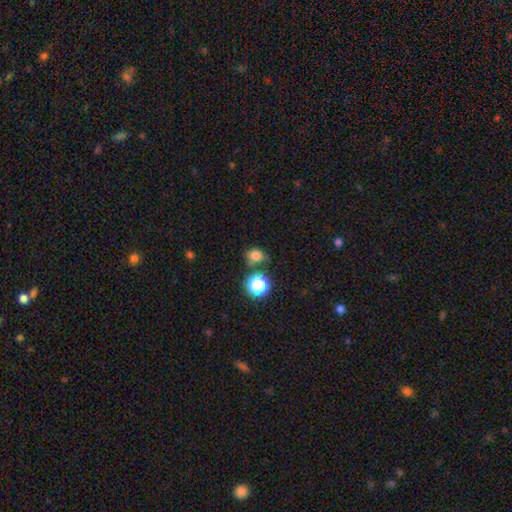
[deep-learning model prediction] smooth 76%, star or artifact 17%, featured or disk 7%. Down the decision tree: how rounded — round (71%); merging — none (64%).